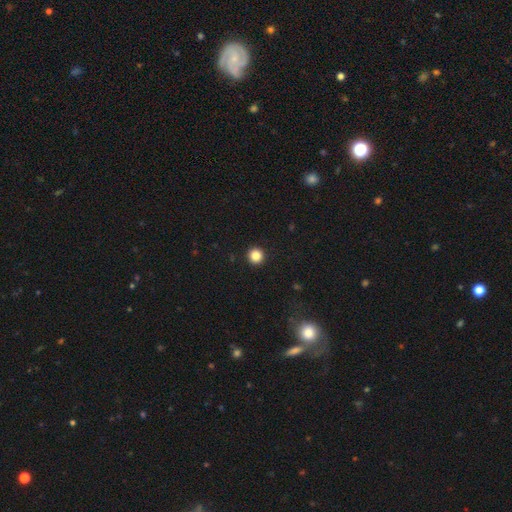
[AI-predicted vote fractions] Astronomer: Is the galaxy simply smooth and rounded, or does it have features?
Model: smooth — 85%.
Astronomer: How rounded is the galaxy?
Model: round — 96%.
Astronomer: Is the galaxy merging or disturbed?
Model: none — 94%.